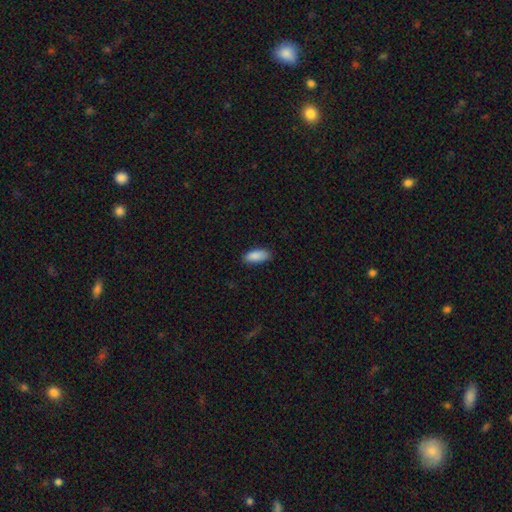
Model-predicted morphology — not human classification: Smooth or featured? Predicted: smooth (p=0.89). How rounded? Predicted: in between (p=0.85). Merging? Predicted: none (p=0.84).